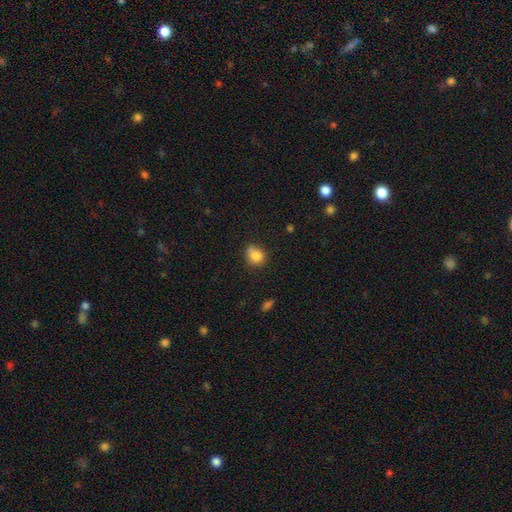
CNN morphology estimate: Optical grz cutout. It shows a smooth galaxy with no disk features (82%) that is round (64%). Merging: none (54%).